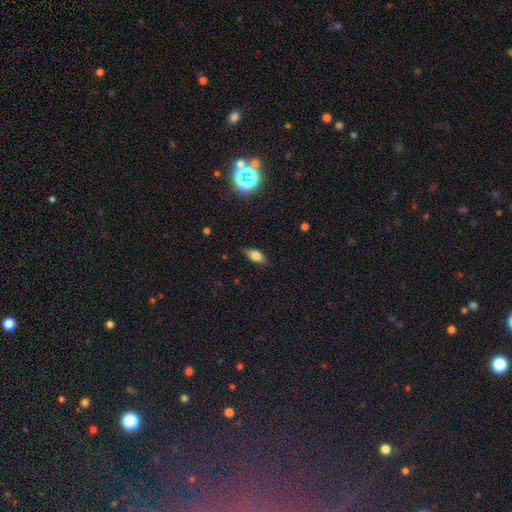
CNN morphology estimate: smooth 69%, featured or disk 19%, star or artifact 12%. Down the decision tree: how rounded — in between (81%); merging — none (78%).